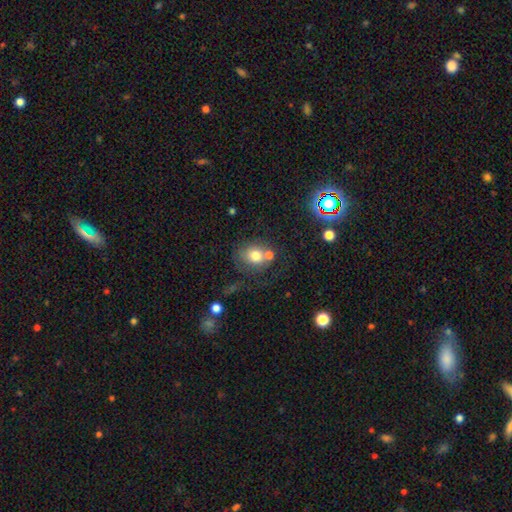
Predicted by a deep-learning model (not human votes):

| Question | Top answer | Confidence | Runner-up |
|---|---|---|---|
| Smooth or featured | smooth | 73% | featured or disk (15%) |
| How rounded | round | 70% | in between (29%) |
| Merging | none | 48% | merger (29%) |